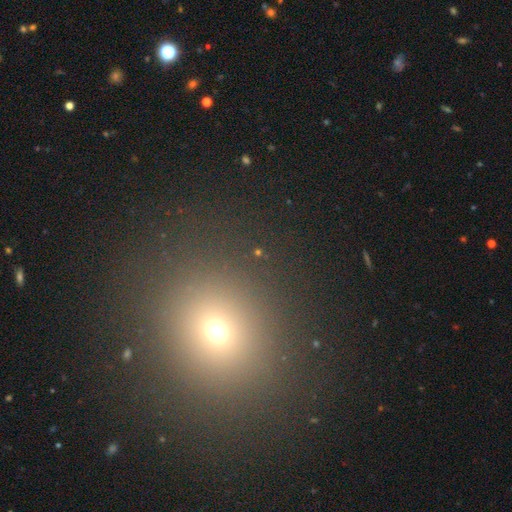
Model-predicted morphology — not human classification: Smooth or featured? smooth (59%)
How rounded? round (81%)
Merging? none (88%)